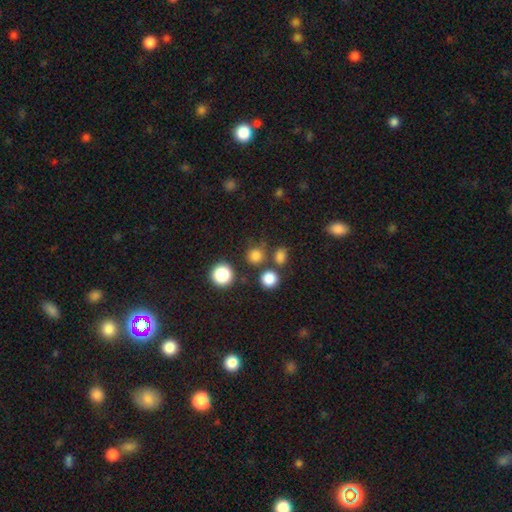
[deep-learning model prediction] Smooth or featured? smooth (77%)
How rounded? round (88%)
Merging? none (72%)